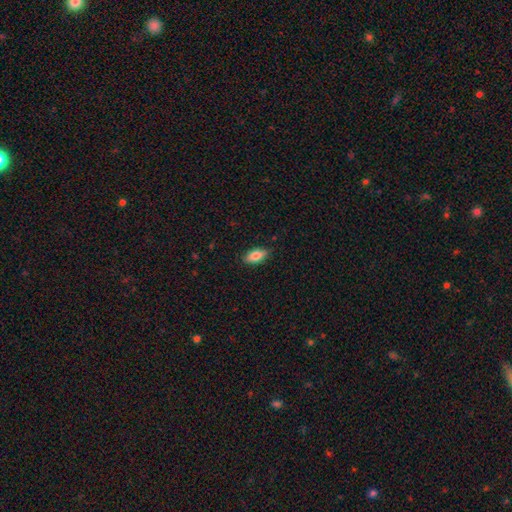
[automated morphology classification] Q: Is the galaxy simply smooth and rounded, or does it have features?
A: smooth — 82%.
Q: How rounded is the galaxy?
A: in between — 88%.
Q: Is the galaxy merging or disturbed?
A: none — 87%.